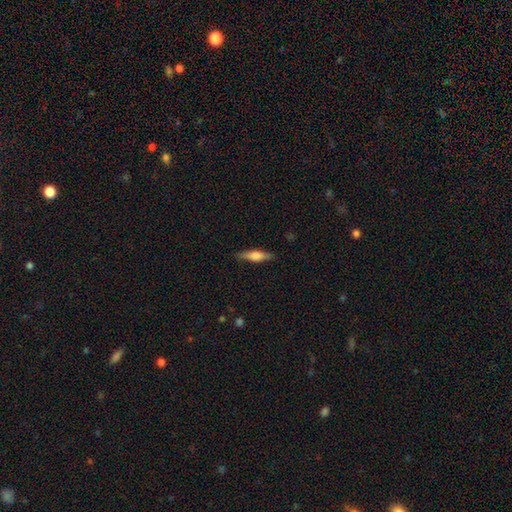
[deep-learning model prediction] smooth 58%, featured or disk 36%, star or artifact 6%. Down the decision tree: how rounded — cigar-shaped (67%); merging — none (87%).